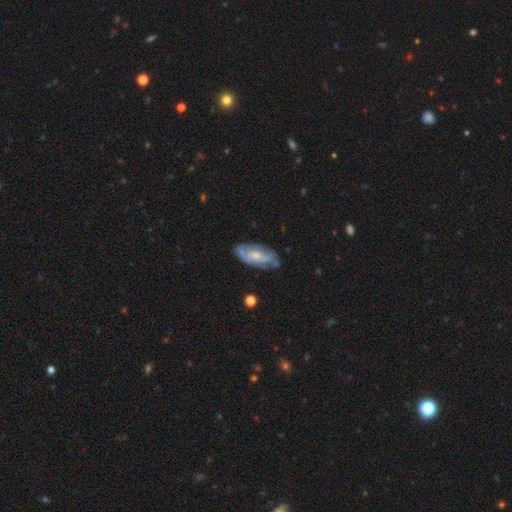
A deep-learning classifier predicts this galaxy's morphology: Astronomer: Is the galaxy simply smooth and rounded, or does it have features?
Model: featured or disk — 56% (runner-up: smooth, 38%).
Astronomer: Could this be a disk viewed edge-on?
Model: no — 87%.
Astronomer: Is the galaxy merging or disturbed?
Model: none — 71%.